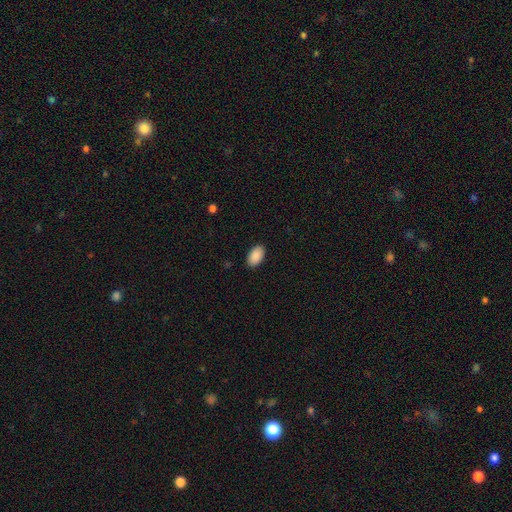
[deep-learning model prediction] The model was most divided on "merging": none: 90%, minor disturbance: 7%, major disturbance: 2%, merger: 1%. More confident: how rounded — in between (95%); smooth or featured — smooth (90%).